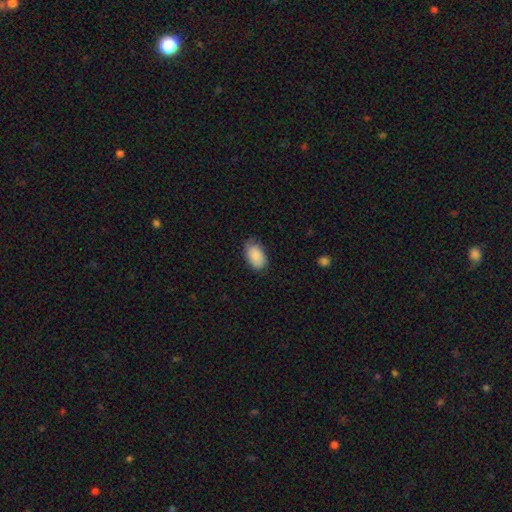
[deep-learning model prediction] This is clearly a smooth galaxy (88%). How rounded: clearly in between (92%). Merging: likely none (76%).